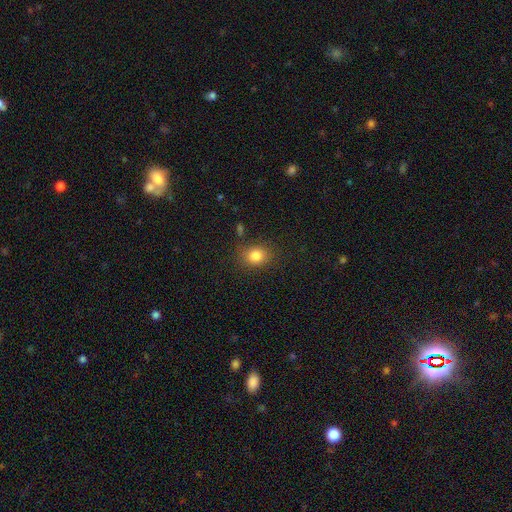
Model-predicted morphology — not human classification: A smooth galaxy with no disk features (83%) that is round (62%).

Vote fractions:
- Smooth or featured? smooth: 83% / star or artifact: 11% / featured or disk: 6%
- How rounded? round: 62% / in between: 37% / cigar-shaped: 1%
- Merging? none: 80% / minor disturbance: 13% / major disturbance: 4% / merger: 3%